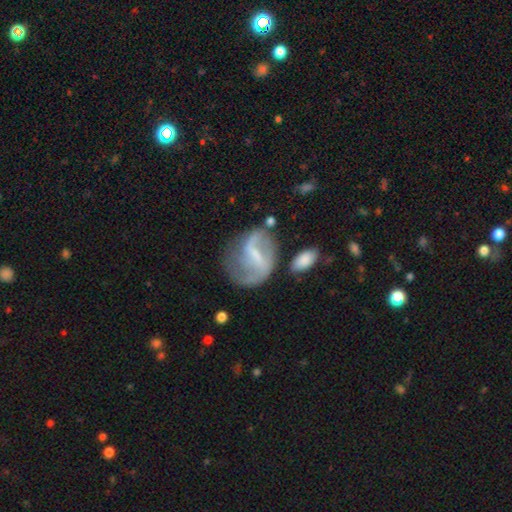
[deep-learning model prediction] featured or disk 73%, smooth 20%, star or artifact 8%. Down the decision tree: edge-on disk — no (96%); bar — strong (43%); spiral arms — yes (79%); spiral arm count — 2 (68%); spiral winding — loose (54%); bulge size — small (49%); merging — none (49%).